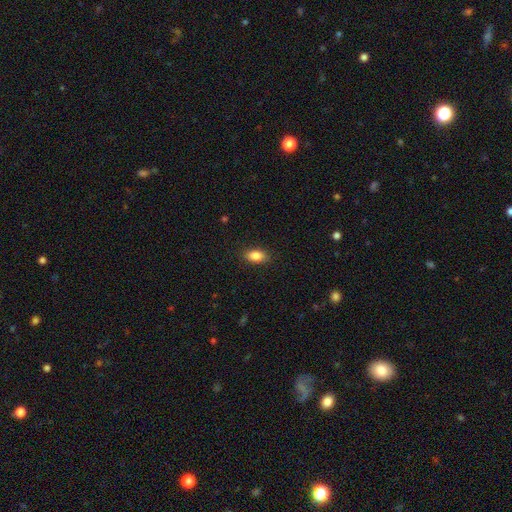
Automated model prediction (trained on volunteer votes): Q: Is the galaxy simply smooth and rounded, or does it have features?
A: smooth — 85%.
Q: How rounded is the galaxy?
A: in between — 87%.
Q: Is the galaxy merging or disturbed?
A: none — 87%.